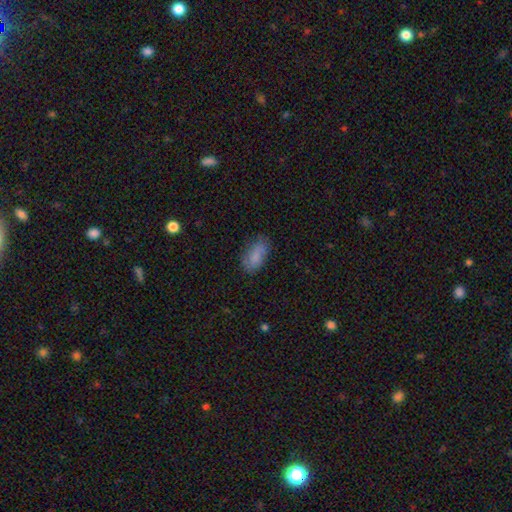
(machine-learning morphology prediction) A smooth galaxy with no disk features (81%) that is in between round and cigar-shaped (91%). Merging: none (68%).